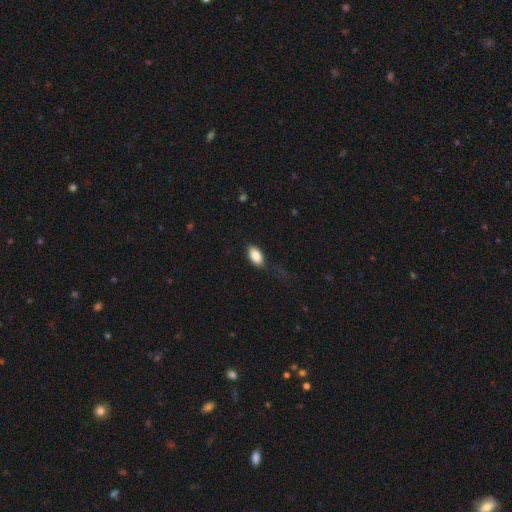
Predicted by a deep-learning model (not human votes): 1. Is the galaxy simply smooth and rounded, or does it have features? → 86% smooth, 7% featured or disk, 7% star or artifact.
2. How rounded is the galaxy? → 92% in between, 5% round, 3% cigar-shaped.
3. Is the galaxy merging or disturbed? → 74% none, 17% minor disturbance, 7% major disturbance, 1% merger.